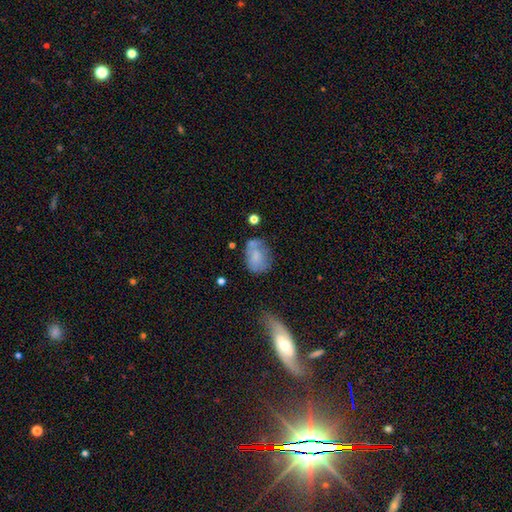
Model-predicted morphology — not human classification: This is likely a smooth galaxy (68%). How rounded: likely in between (66%). Merging: marginally none (43%).